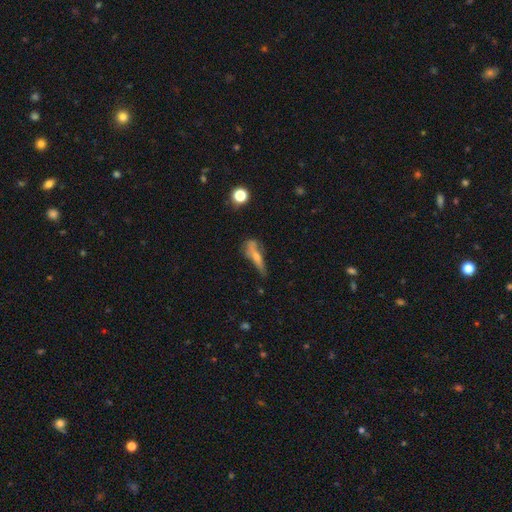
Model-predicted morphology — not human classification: This appears to be a smooth galaxy with no disk features (52%) that is cigar-shaped (70%). Merging: none (41%).